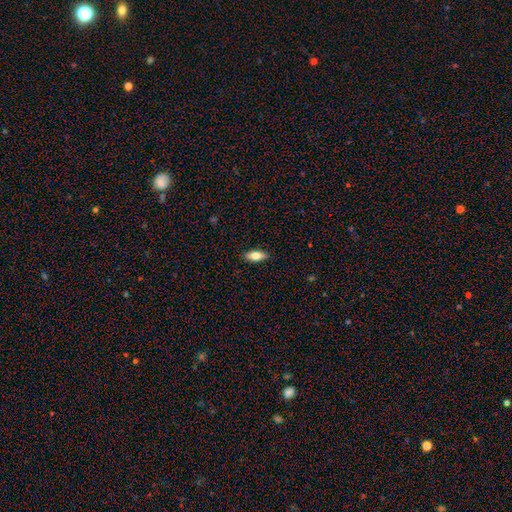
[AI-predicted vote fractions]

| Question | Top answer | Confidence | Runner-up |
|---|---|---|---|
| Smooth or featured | smooth | 73% | featured or disk (21%) |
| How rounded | in between | 80% | cigar-shaped (18%) |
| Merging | none | 89% | minor disturbance (8%) |